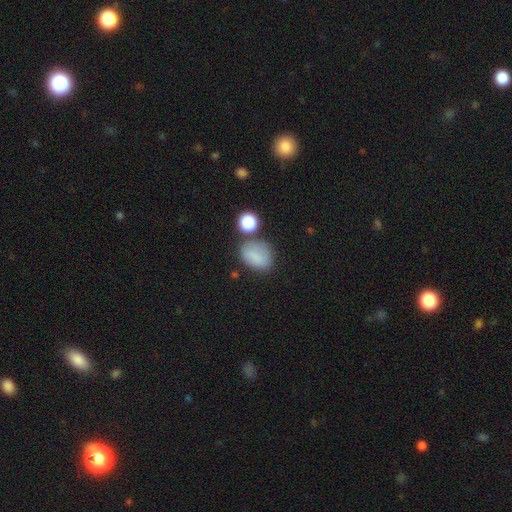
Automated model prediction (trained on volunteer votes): This is likely a smooth galaxy (79%). How rounded: likely in between (63%). Merging: possibly none (59%).